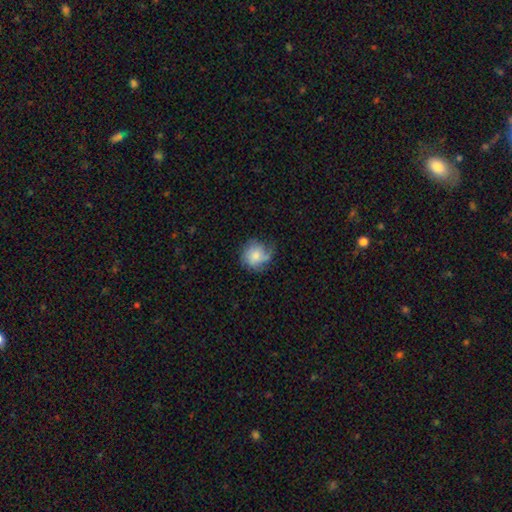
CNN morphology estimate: Q: Smooth or featured?
A: smooth (52%); runner-up: featured or disk (39%)
Q: How rounded?
A: round (77%); runner-up: in between (22%)
Q: Merging?
A: none (59%); runner-up: minor disturbance (25%)